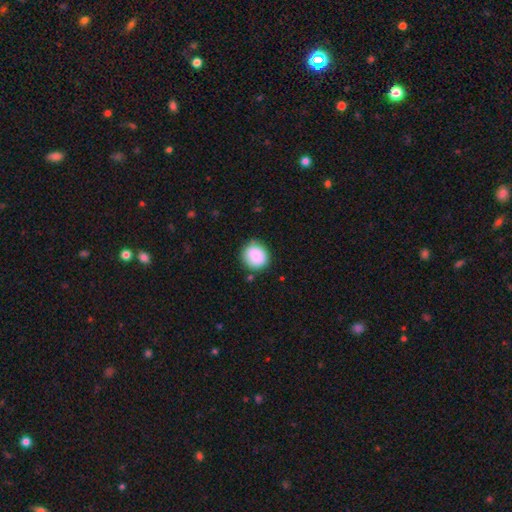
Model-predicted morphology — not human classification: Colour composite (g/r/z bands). It shows a smooth galaxy with no disk features (86%) that is round (84%). Merging: none (78%).